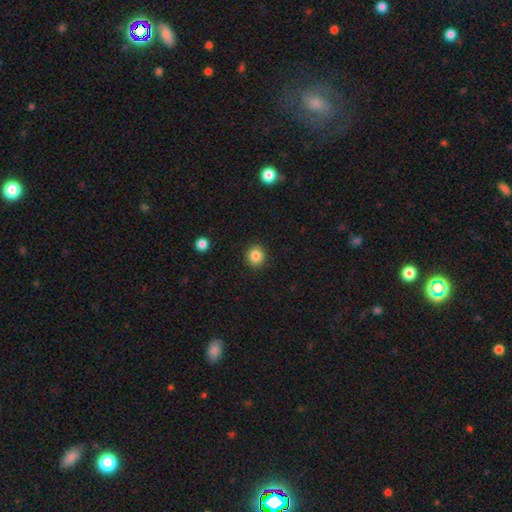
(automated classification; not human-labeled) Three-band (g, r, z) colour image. It shows a smooth galaxy with no disk features (85%) that is round (88%). Merging: none (92%).